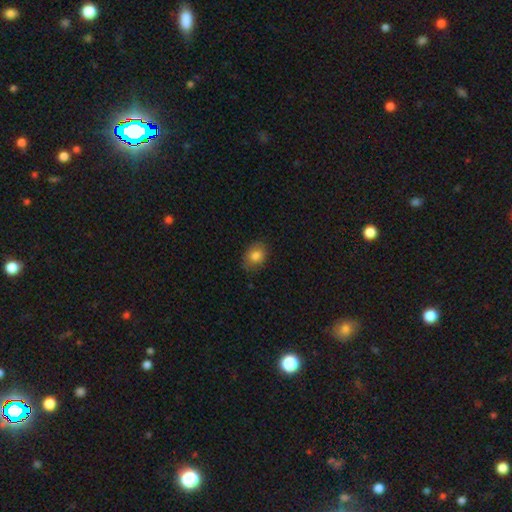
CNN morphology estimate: The model was most divided on "how rounded": in between: 60%, round: 39%, cigar-shaped: 1%. More confident: smooth or featured — smooth (83%); merging — none (79%).